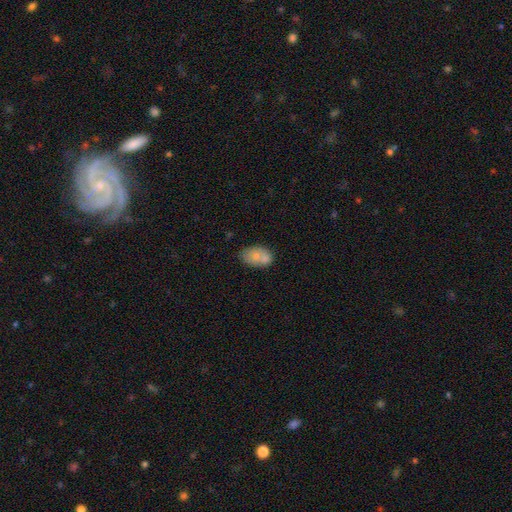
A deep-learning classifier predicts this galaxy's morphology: smooth-or-featured: smooth: 68% | featured or disk: 24% | star or artifact: 9%
  how-rounded: in between: 85% | round: 13% | cigar-shaped: 2%
  merging: none: 49% | merger: 30% | minor disturbance: 16% | major disturbance: 5%